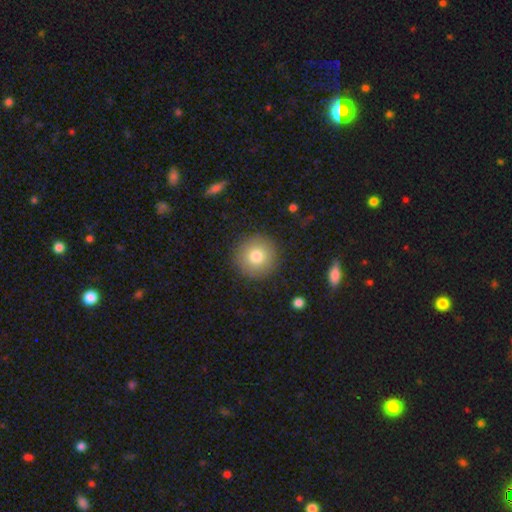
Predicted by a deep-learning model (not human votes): Q: Smooth or featured?
A: smooth (79%); runner-up: featured or disk (11%)
Q: How rounded?
A: round (96%); runner-up: in between (3%)
Q: Merging?
A: none (90%); runner-up: minor disturbance (6%)